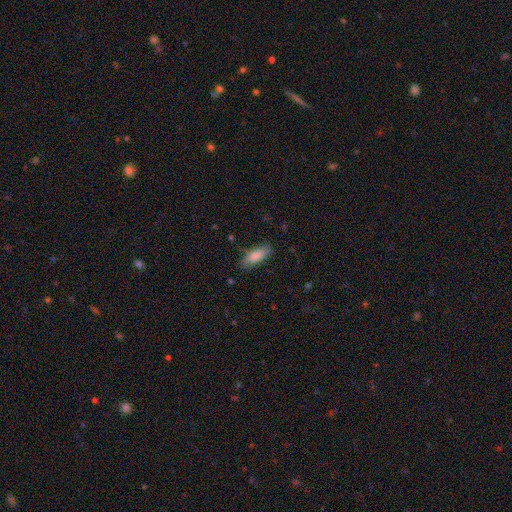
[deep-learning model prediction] Smooth or featured? Predicted: smooth (p=0.83). How rounded? Predicted: in between (p=0.73). Merging? Predicted: none (p=0.76).